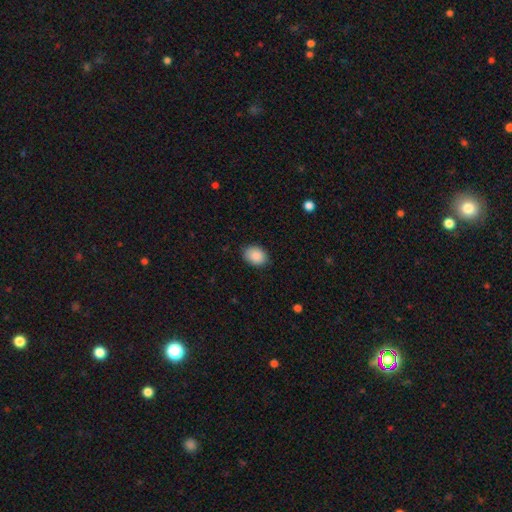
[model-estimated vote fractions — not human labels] The model was most divided on "how rounded": in between: 65%, round: 34%, cigar-shaped: 1%. More confident: smooth or featured — smooth (89%); merging — none (84%).